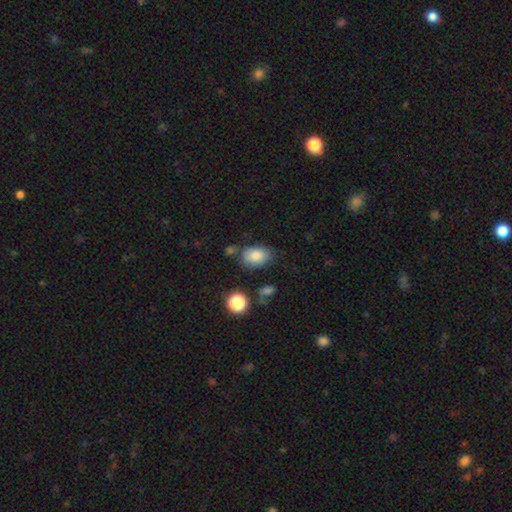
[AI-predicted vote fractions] Smooth or featured?
  - smooth: 83% *
  - star or artifact: 9%
  - featured or disk: 8%
How rounded?
  - in between: 83% *
  - round: 16%
  - cigar-shaped: 1%
Merging?
  - none: 66% *
  - minor disturbance: 21%
  - merger: 7%
  - major disturbance: 6%